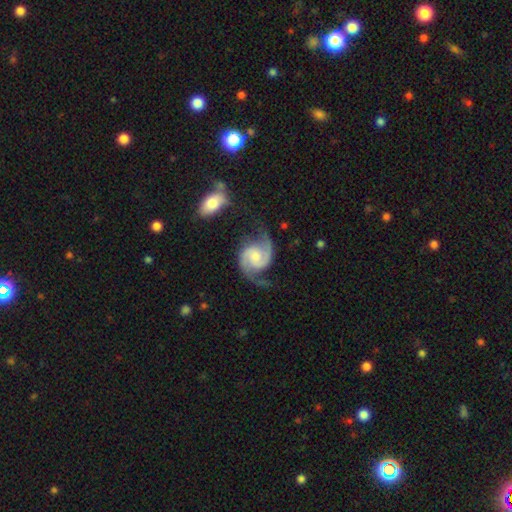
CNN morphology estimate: This is clearly a featured or disk galaxy (91%). It is clearly not viewed edge-on (98%). Bar: possibly no (59%). Spiral arm pattern: clearly yes (98%). Spiral arm count: clearly 2 (93%). Spiral winding: possibly medium (55%). Central bulge: marginally small (39%). Merging: likely none (67%).